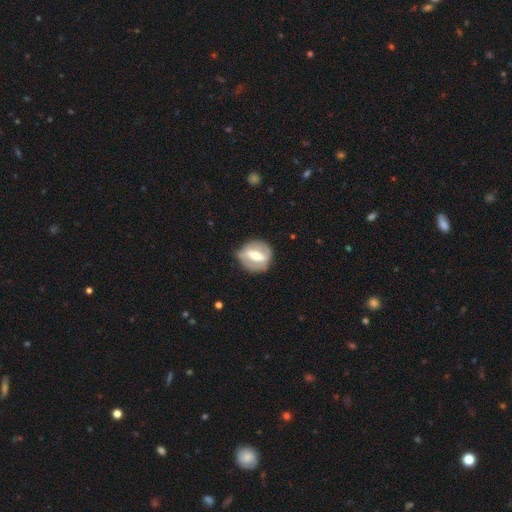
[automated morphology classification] type=featured or disk (62%); edge-on=no (87%); bar=strong (66%); spiral arms=no (64%); bulge=moderate (62%); merging=none (79%).